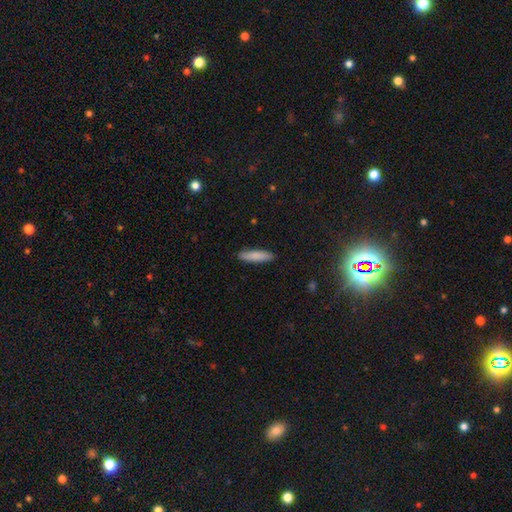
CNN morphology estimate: Smooth or featured?
  - smooth: 85% *
  - featured or disk: 10%
  - star or artifact: 6%
How rounded?
  - cigar-shaped: 77% *
  - in between: 22%
  - round: 1%
Merging?
  - none: 89% *
  - minor disturbance: 8%
  - major disturbance: 2%
  - merger: 1%